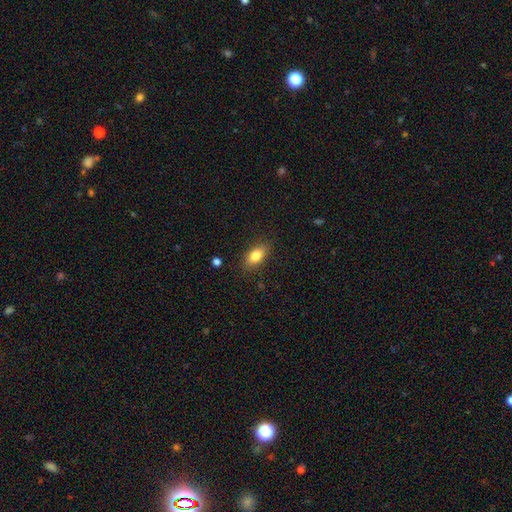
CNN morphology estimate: Q: Smooth or featured?
A: smooth (82%); runner-up: featured or disk (10%)
Q: How rounded?
A: in between (87%); runner-up: round (7%)
Q: Merging?
A: none (85%); runner-up: minor disturbance (11%)